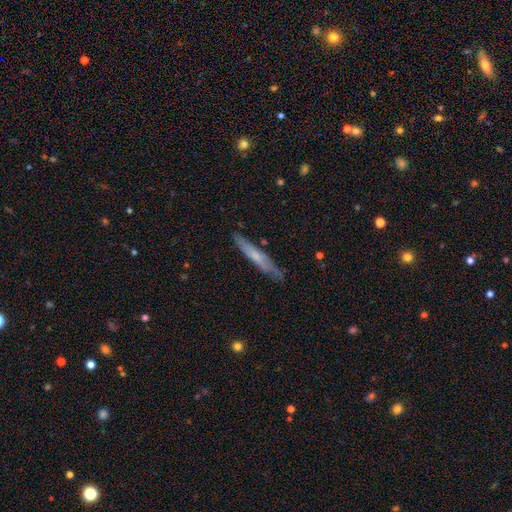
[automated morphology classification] Smooth or featured? Predicted: smooth (p=0.49). Merging? Predicted: none (p=0.81).